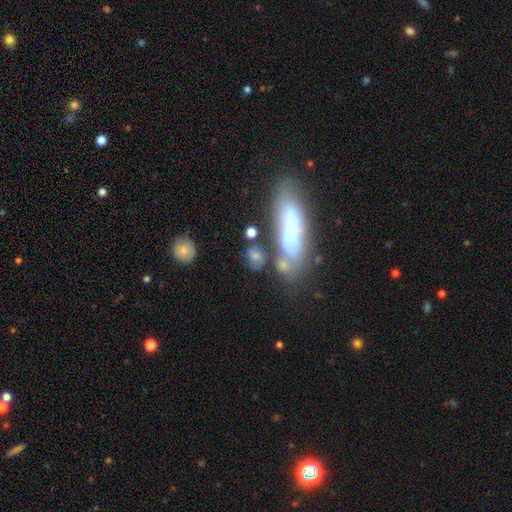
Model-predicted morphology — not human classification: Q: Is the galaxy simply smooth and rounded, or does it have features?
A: smooth — 68%.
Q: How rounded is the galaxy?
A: in between — 54%.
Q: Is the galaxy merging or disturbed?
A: none — 49%.